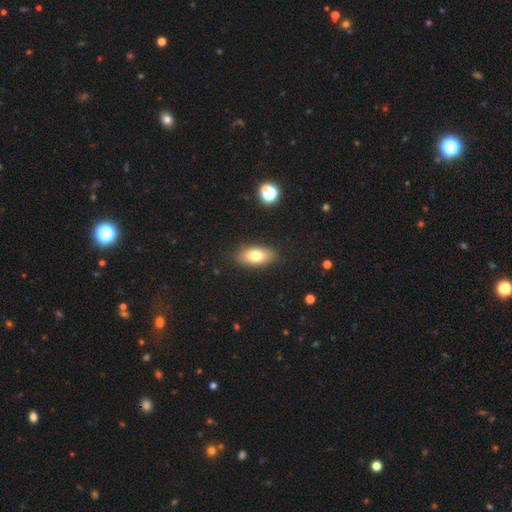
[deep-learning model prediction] A smooth galaxy with no disk features (75%) that is in between round and cigar-shaped (87%).

Vote fractions:
- Smooth or featured? smooth: 75% / featured or disk: 17% / star or artifact: 8%
- How rounded? in between: 87% / cigar-shaped: 8% / round: 5%
- Merging? none: 87% / minor disturbance: 9% / major disturbance: 2% / merger: 1%